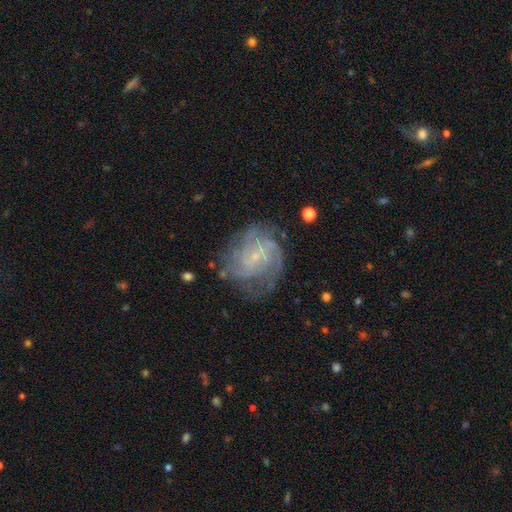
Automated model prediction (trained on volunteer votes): Smooth or featured: featured or disk — 80% (smooth — 11%)
Edge-on disk: no — 97% (yes — 3%)
Bar: no — 54% (weak — 38%)
Spiral arms: yes — 94% (no — 6%)
Spiral winding: tight — 54% (medium — 36%)
Spiral arm count: can't tell — 34% (4 — 19%)
Bulge size: small — 76% (none — 12%)
Merging: none — 68% (minor disturbance — 19%)